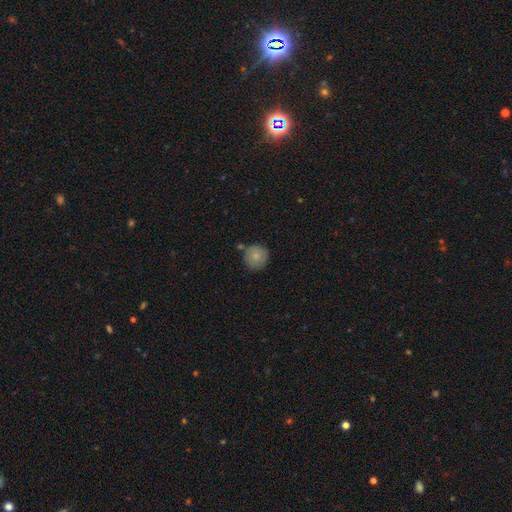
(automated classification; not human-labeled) Smooth or featured? smooth (83%)
How rounded? round (92%)
Merging? none (74%)